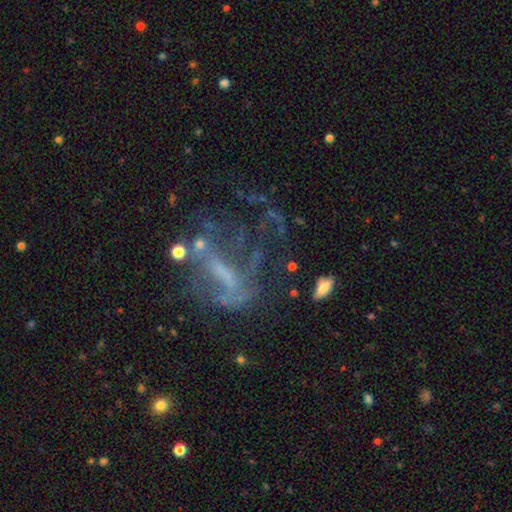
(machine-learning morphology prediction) Smooth or featured? Predicted: featured or disk (p=0.64). Edge-on disk? Predicted: no (p=0.91). Bar? Predicted: no (p=0.43). Spiral arms? Predicted: no (p=0.62). Bulge size? Predicted: none (p=0.51). Merging? Predicted: major disturbance (p=0.44).